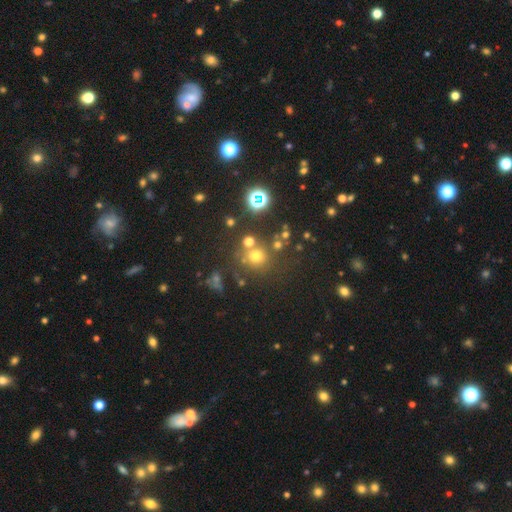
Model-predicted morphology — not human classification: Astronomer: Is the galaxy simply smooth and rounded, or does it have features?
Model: smooth — 62%.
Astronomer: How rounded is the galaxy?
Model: round — 89%.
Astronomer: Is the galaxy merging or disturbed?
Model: none — 72%.